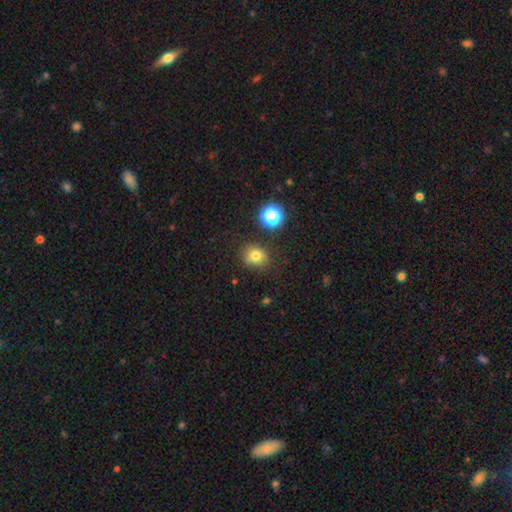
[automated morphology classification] Smooth or featured? Predicted: smooth (p=0.75). How rounded? Predicted: round (p=0.67). Merging? Predicted: none (p=0.79).